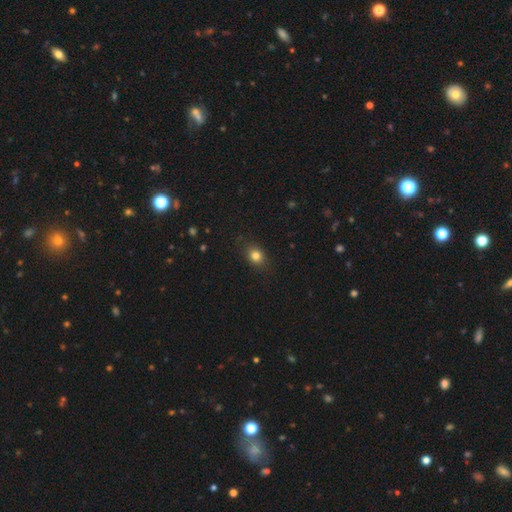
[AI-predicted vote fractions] A smooth galaxy with no disk features (81%) that is in between round and cigar-shaped (53%).

Vote fractions:
- Smooth or featured? smooth: 81% / star or artifact: 12% / featured or disk: 7%
- How rounded? in between: 53% / round: 46% / cigar-shaped: 1%
- Merging? none: 84% / minor disturbance: 12% / major disturbance: 3% / merger: 1%